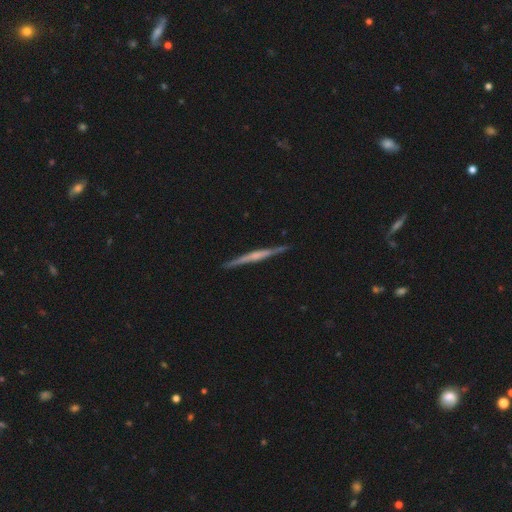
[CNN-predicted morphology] type=featured or disk (73%); edge-on=yes (98%); edge-on bulge=rounded (48%); merging=none (91%).